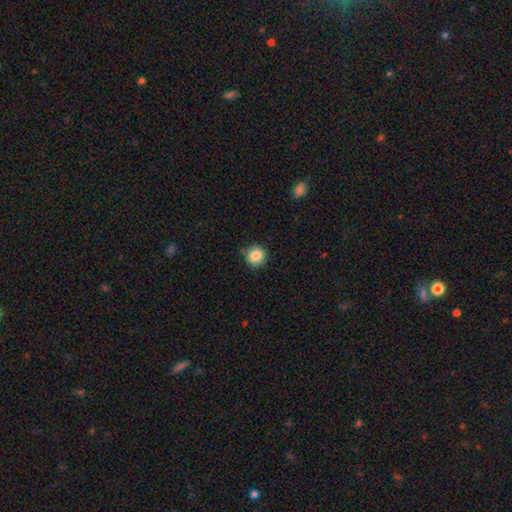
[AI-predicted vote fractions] smooth 85%, star or artifact 10%, featured or disk 5%. Down the decision tree: how rounded — round (93%); merging — none (84%).